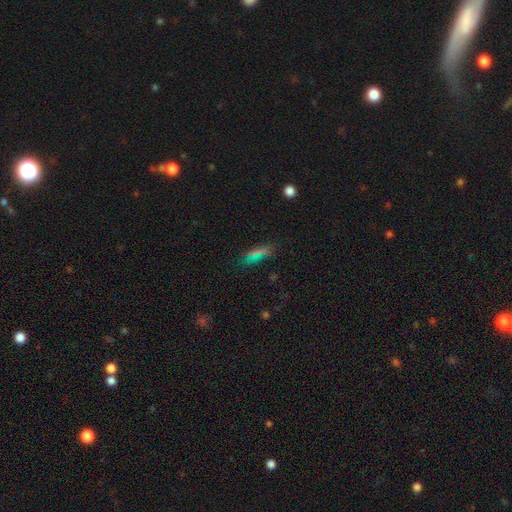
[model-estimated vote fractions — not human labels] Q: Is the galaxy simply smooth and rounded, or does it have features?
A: smooth — 62%.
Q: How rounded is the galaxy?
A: in between — 61%.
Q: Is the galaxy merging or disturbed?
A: none — 82%.